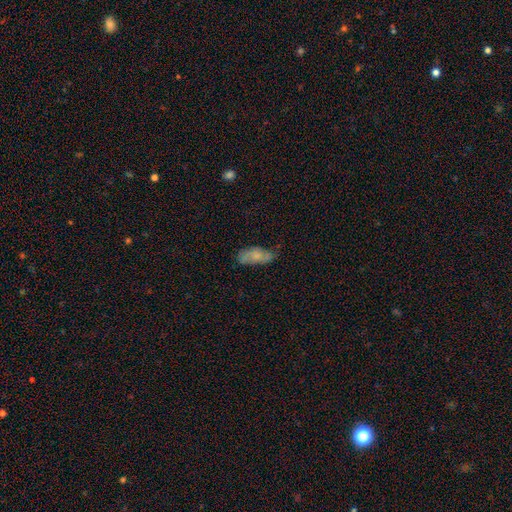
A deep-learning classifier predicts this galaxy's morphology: Smooth or featured?
  - smooth: 64% *
  - featured or disk: 28%
  - star or artifact: 8%
How rounded?
  - in between: 80% *
  - cigar-shaped: 17%
  - round: 3%
Merging?
  - none: 59% *
  - minor disturbance: 30%
  - major disturbance: 9%
  - merger: 2%